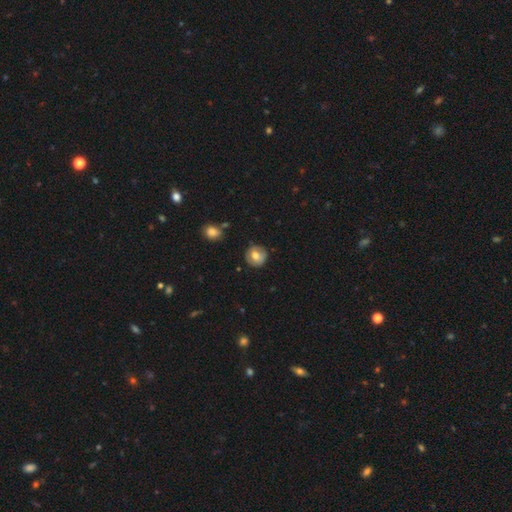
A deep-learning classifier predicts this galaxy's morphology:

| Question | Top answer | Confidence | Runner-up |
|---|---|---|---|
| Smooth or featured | smooth | 68% | featured or disk (24%) |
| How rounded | round | 91% | in between (8%) |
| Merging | none | 84% | minor disturbance (12%) |